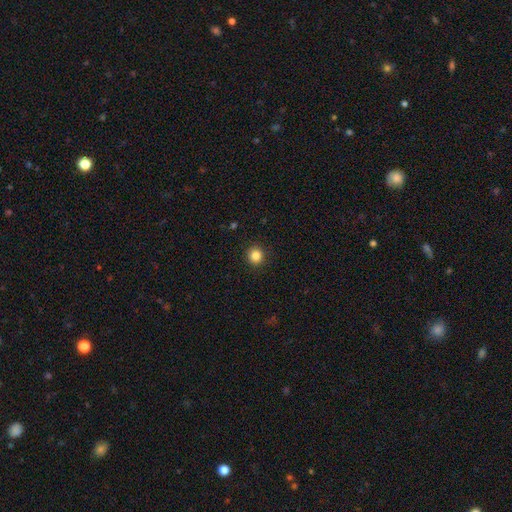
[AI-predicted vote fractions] Overall: smooth (85%). How rounded: round (93%). Merging: none (92%).